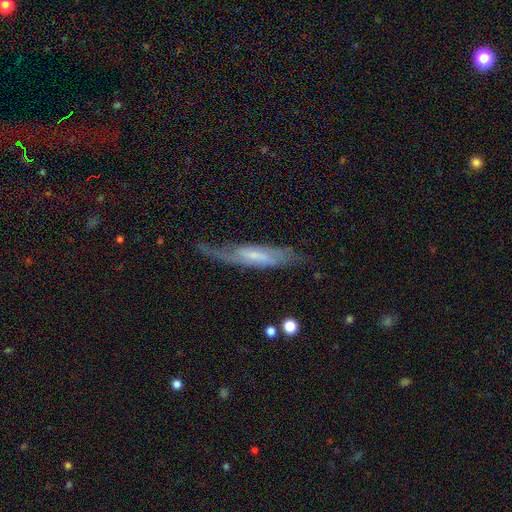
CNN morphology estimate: Smooth or featured? Predicted: featured or disk (p=0.70). Edge-on disk? Predicted: no (p=0.59). Merging? Predicted: none (p=0.60).